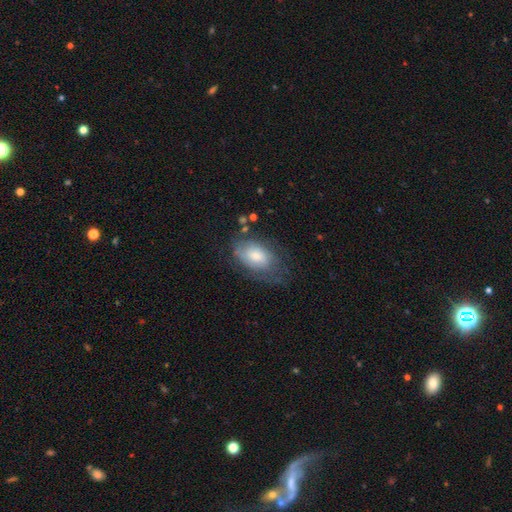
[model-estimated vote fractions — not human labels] Smooth or featured? Predicted: smooth (p=0.57). How rounded? Predicted: in between (p=0.90). Merging? Predicted: none (p=0.52).